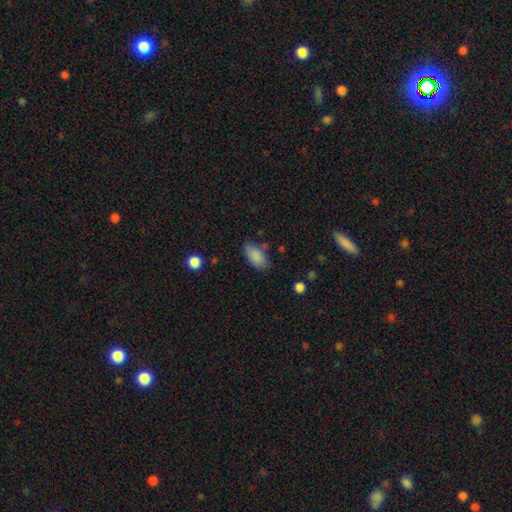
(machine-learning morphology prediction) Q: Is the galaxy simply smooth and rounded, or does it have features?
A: smooth — 87%.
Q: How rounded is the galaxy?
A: in between — 92%.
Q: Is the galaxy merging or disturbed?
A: none — 71%.